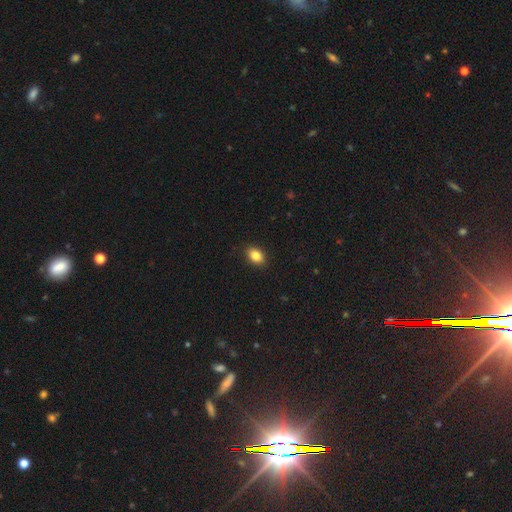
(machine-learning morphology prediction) Overall: smooth (86%). How rounded: in between (82%). Merging: none (90%).